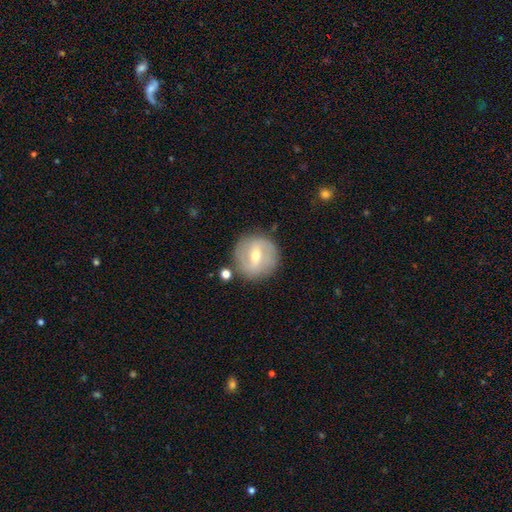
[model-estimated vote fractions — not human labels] smooth-or-featured: featured or disk: 61% | smooth: 32% | star or artifact: 7%
  disk-edge-on: no: 95% | yes: 5%
    bar: weak: 49% | strong: 31% | no: 20%
    has-spiral-arms: yes: 66% | no: 34%
    bulge-size: moderate: 59% | small: 38% | large: 2% | none: 1% | dominant: 1%
  merging: none: 83% | minor disturbance: 10% | major disturbance: 4% | merger: 3%